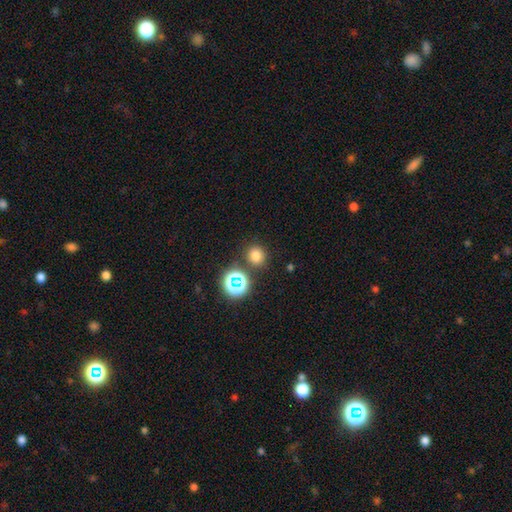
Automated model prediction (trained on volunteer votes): Morphology: type=smooth (73%); roundness=round (85%); merging=none (83%).